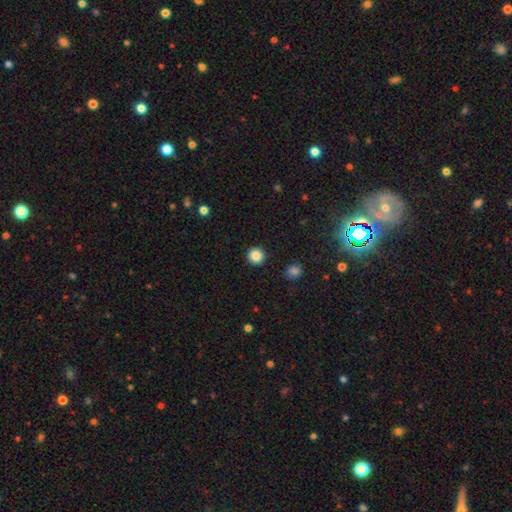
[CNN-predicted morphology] Smooth or featured: smooth — 86% (star or artifact — 11%)
How rounded: round — 96% (in between — 4%)
Merging: none — 92% (minor disturbance — 5%)